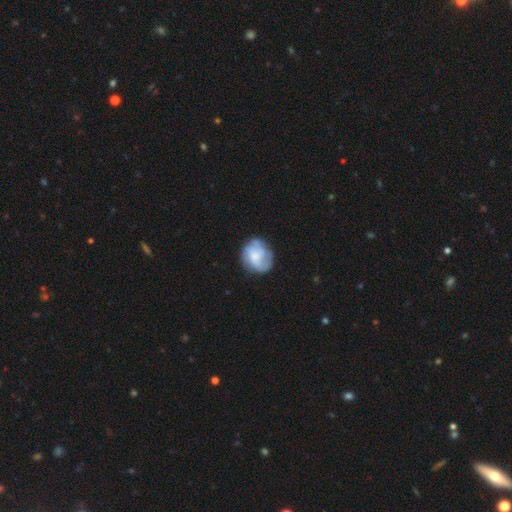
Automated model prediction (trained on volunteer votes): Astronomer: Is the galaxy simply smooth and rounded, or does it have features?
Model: featured or disk — 55% (runner-up: smooth, 38%).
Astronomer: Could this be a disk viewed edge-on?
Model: no — 98%.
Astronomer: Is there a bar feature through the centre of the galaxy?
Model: no — 67%.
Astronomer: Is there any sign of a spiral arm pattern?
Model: yes — 79%.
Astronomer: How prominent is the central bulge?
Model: small — 34% (runner-up: moderate, 32%).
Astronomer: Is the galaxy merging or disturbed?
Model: none — 65%.